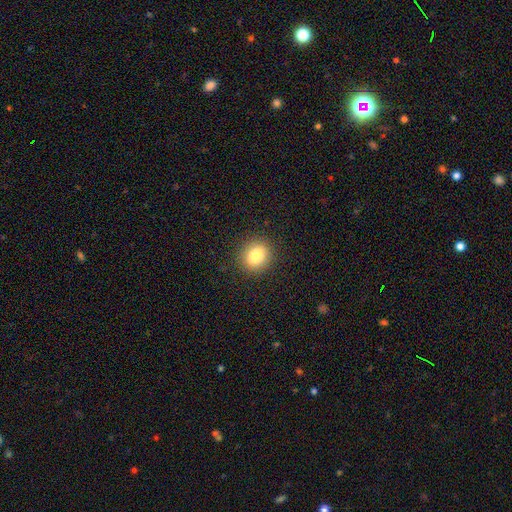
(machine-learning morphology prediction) type=smooth (83%); roundness=round (71%); merging=none (89%).